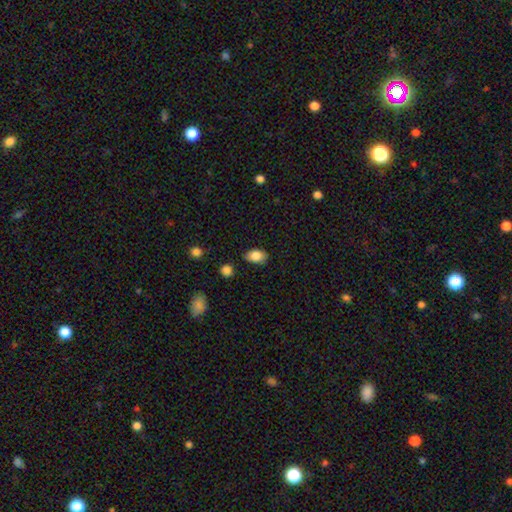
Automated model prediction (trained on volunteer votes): smooth_or_featured: smooth (p=0.84) [alt: star or artifact p=0.08]
how_rounded: in between (p=0.85) [alt: round p=0.13]
merging: none (p=0.75) [alt: minor disturbance p=0.19]